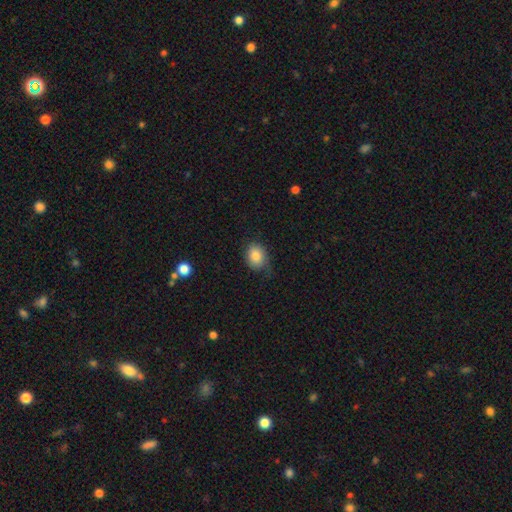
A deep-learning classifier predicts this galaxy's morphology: Q: Smooth or featured?
A: smooth (81%); runner-up: featured or disk (11%)
Q: How rounded?
A: in between (52%); runner-up: round (47%)
Q: Merging?
A: none (59%); runner-up: minor disturbance (28%)